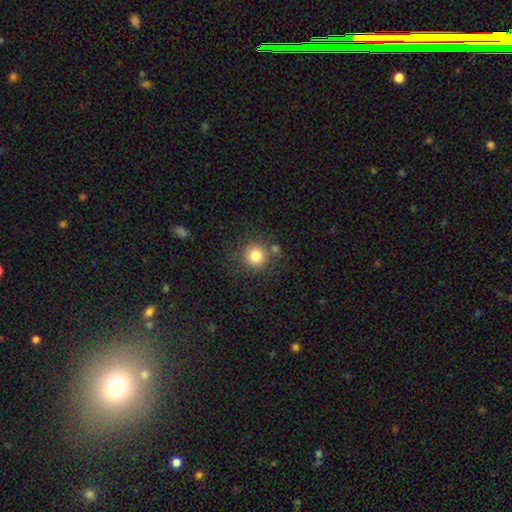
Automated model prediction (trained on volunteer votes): This is clearly a smooth galaxy (83%). How rounded: clearly round (93%). Merging: likely none (77%).